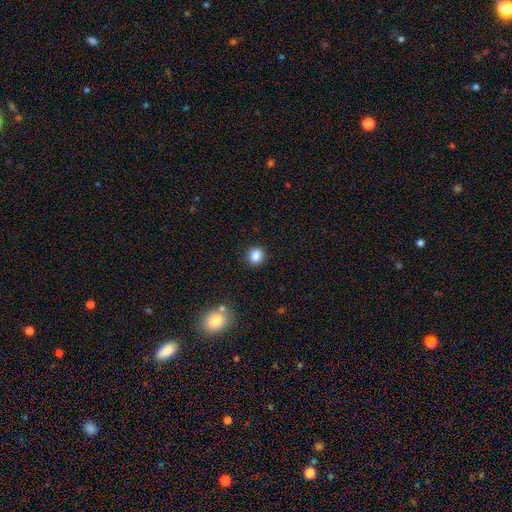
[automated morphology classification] This is clearly a smooth galaxy (86%). How rounded: clearly round (83%). Merging: clearly none (89%).